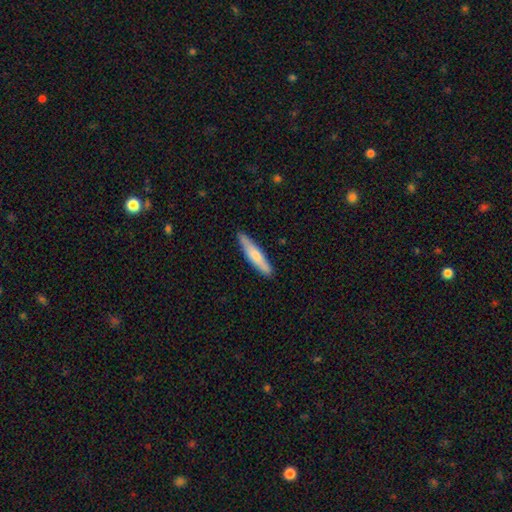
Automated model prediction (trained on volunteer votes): Smooth or featured?
  - smooth: 65% *
  - featured or disk: 30%
  - star or artifact: 5%
How rounded?
  - cigar-shaped: 88% *
  - in between: 11%
  - round: 1%
Merging?
  - none: 86% *
  - minor disturbance: 11%
  - major disturbance: 2%
  - merger: 1%